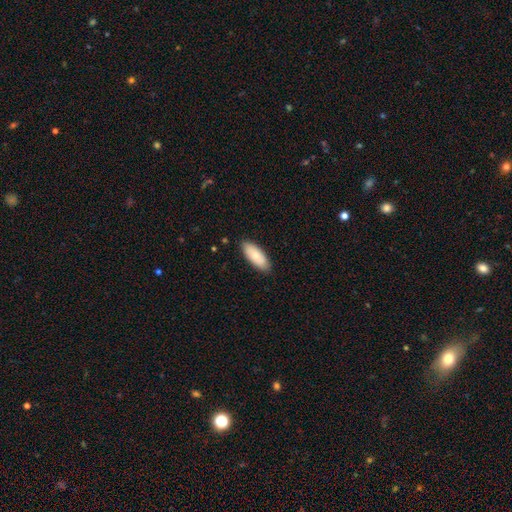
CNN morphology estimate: Smooth or featured? Predicted: smooth (p=0.81). How rounded? Predicted: in between (p=0.82). Merging? Predicted: none (p=0.87).